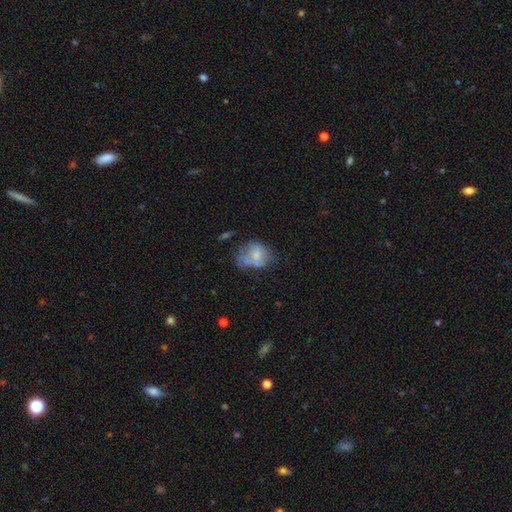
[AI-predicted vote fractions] smooth_or_featured: smooth (p=0.56) [alt: featured or disk p=0.35]
how_rounded: in between (p=0.54) [alt: round p=0.45]
merging: none (p=0.34) [alt: minor disturbance p=0.28]